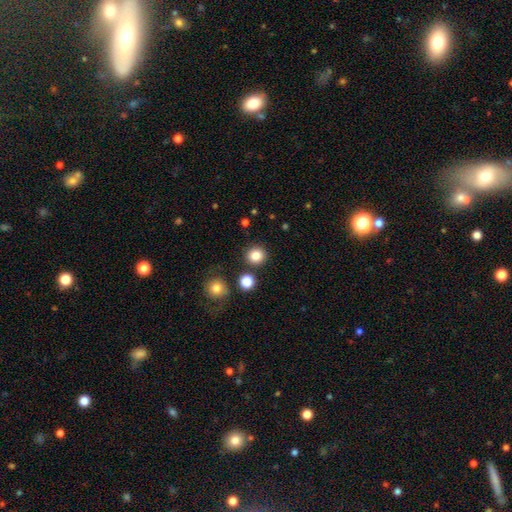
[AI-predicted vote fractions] smooth_or_featured: smooth (p=0.84) [alt: star or artifact p=0.11]
how_rounded: round (p=0.91) [alt: in between p=0.08]
merging: none (p=0.87) [alt: minor disturbance p=0.06]